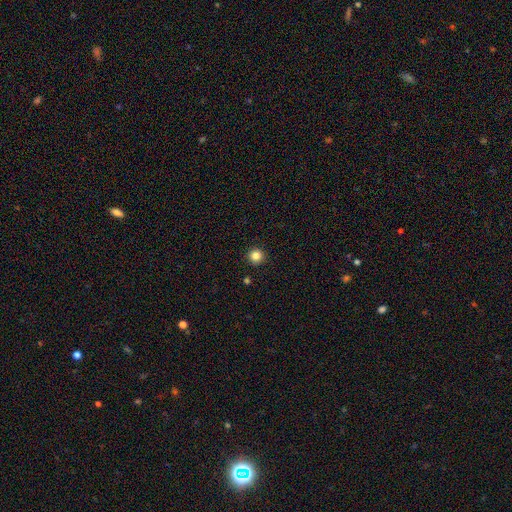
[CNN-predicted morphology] This is clearly a smooth galaxy (84%). How rounded: clearly round (95%). Merging: clearly none (92%).